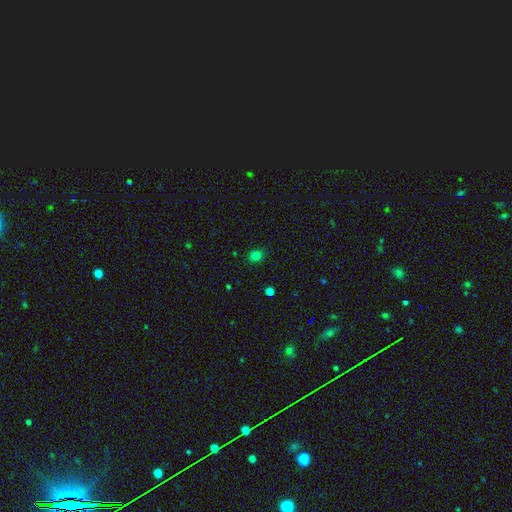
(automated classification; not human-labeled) This is likely a smooth galaxy (78%). How rounded: likely round (62%). Merging: clearly none (86%).